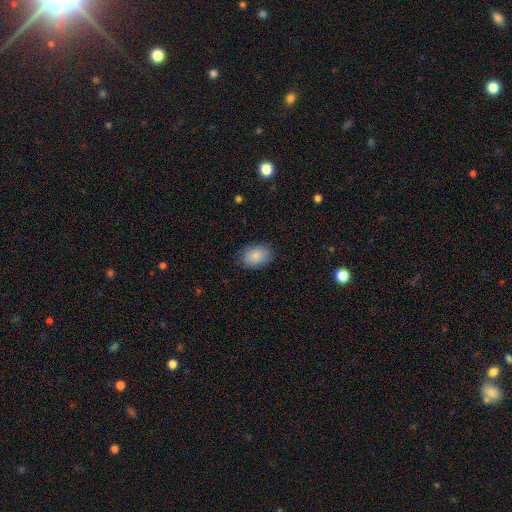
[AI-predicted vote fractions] Smooth or featured?
  - smooth: 87% *
  - star or artifact: 6%
  - featured or disk: 6%
How rounded?
  - in between: 85% *
  - round: 14%
  - cigar-shaped: 1%
Merging?
  - none: 85% *
  - minor disturbance: 11%
  - major disturbance: 3%
  - merger: 1%